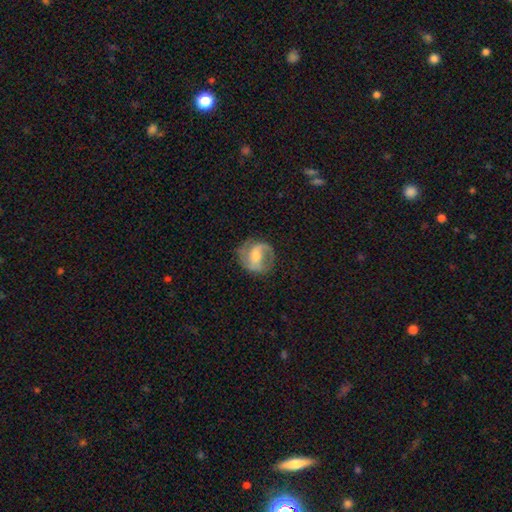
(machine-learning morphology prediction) This appears to be a featured or disk galaxy (70%) with a weak bar (44%), 2 (78%) medium (46%) spiral arms (87%) and a moderate central bulge (53%). Merging: none (67%).